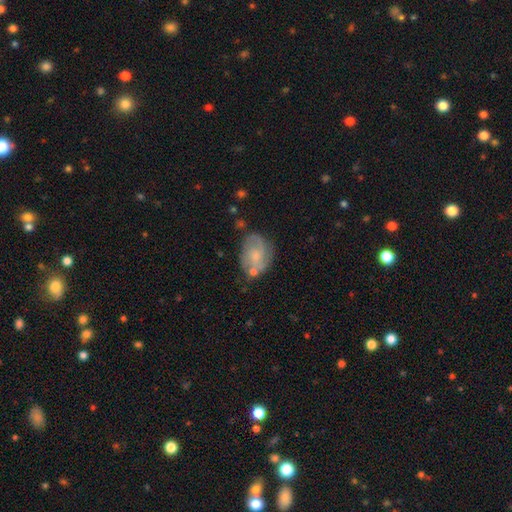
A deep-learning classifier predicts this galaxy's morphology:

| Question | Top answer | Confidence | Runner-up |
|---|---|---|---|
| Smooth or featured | featured or disk | 60% | smooth (33%) |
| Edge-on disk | no | 97% | yes (3%) |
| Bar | no | 70% | weak (26%) |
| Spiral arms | yes | 81% | no (19%) |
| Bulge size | small | 64% | moderate (26%) |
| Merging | none | 58% | minor disturbance (24%) |